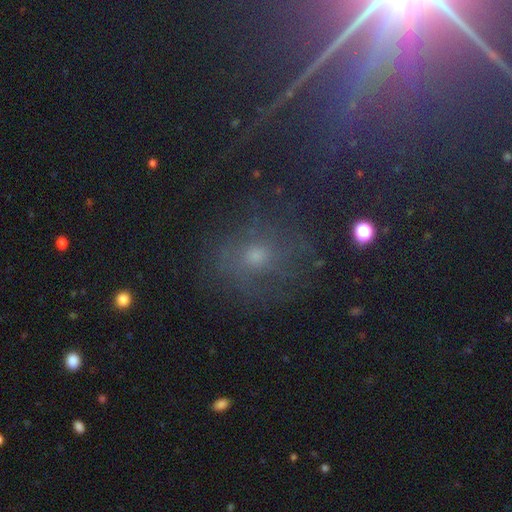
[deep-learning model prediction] A star or artifact, not a galaxy (38%).